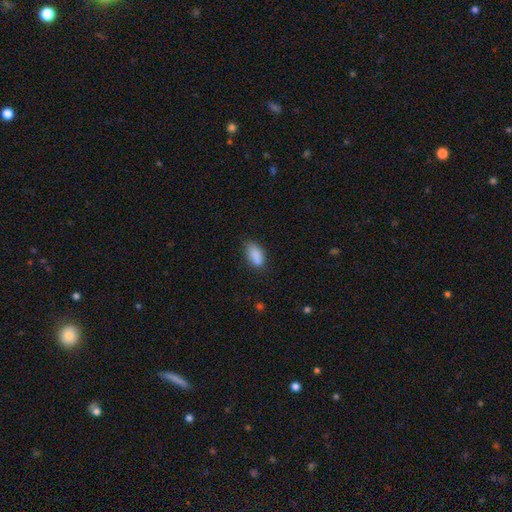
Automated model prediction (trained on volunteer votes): This is clearly a smooth galaxy (85%). How rounded: clearly in between (89%). Merging: likely none (65%).